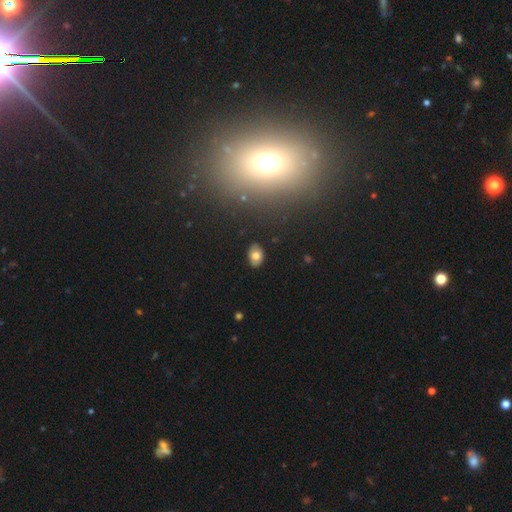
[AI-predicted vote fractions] A smooth galaxy with no disk features (75%) that is in between round and cigar-shaped (83%). Merging: none (85%).